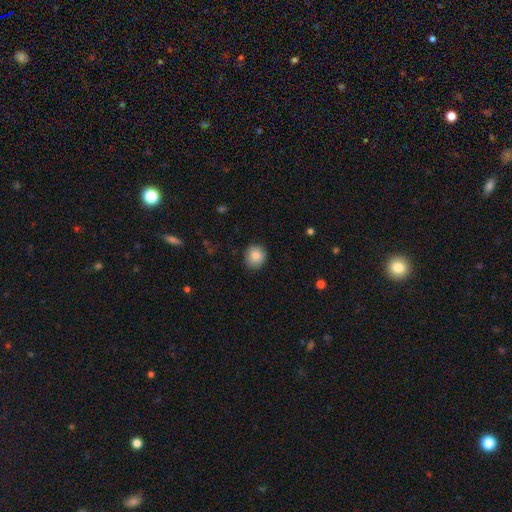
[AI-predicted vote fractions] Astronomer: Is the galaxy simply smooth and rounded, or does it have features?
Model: smooth — 86%.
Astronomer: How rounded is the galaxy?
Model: round — 89%.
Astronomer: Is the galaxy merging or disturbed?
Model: none — 88%.